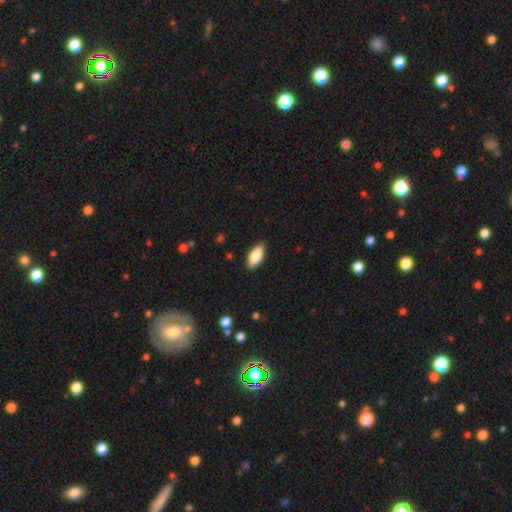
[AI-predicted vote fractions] smooth_or_featured: smooth (p=0.83) [alt: featured or disk p=0.11]
how_rounded: in between (p=0.86) [alt: cigar-shaped p=0.12]
merging: none (p=0.88) [alt: minor disturbance p=0.09]